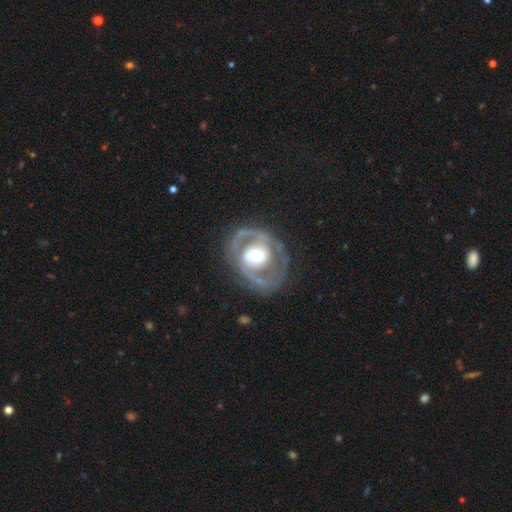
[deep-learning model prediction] smooth_or_featured: featured or disk (p=0.77) [alt: smooth p=0.17]
disk_edge_on: no (p=0.96) [alt: yes p=0.04]
bar: no (p=0.53) [alt: weak p=0.29]
has_spiral_arms: yes (p=0.66) [alt: no p=0.34]
bulge_size: moderate (p=0.63) [alt: large p=0.22]
merging: none (p=0.72) [alt: minor disturbance p=0.15]